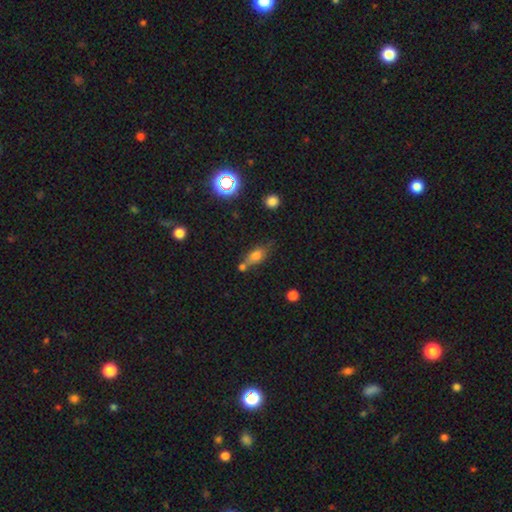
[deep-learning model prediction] A smooth galaxy with no disk features (69%) that is in between round and cigar-shaped (73%). Merging: none (44%).